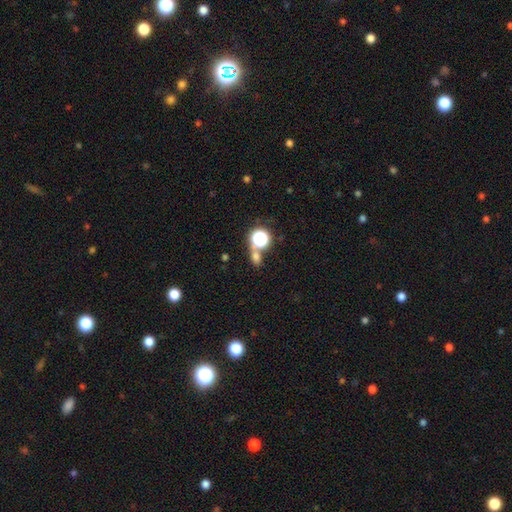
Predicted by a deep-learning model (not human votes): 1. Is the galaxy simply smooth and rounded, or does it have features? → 59% smooth, 32% star or artifact, 9% featured or disk.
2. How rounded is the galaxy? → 55% round, 42% in between, 3% cigar-shaped.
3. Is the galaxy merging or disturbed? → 55% none, 31% merger, 9% minor disturbance, 5% major disturbance.